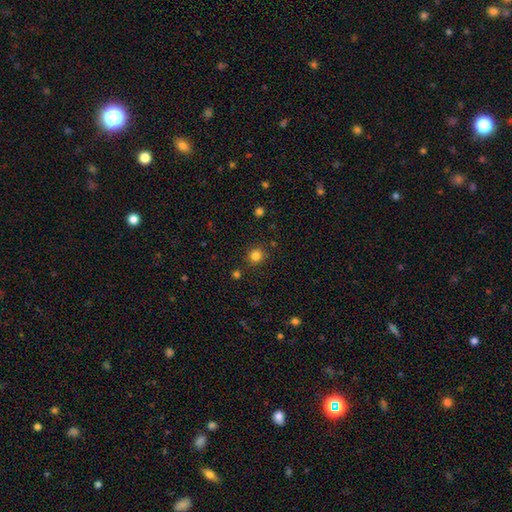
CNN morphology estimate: smooth 82%, star or artifact 13%, featured or disk 4%. Down the decision tree: how rounded — round (89%); merging — none (87%).